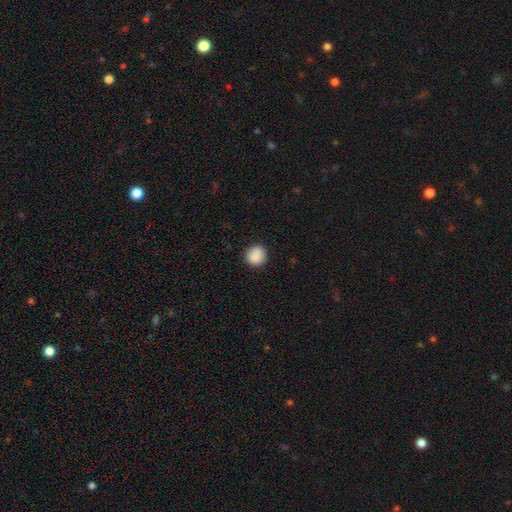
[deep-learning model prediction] Overall: smooth (89%). How rounded: round (91%). Merging: none (89%).